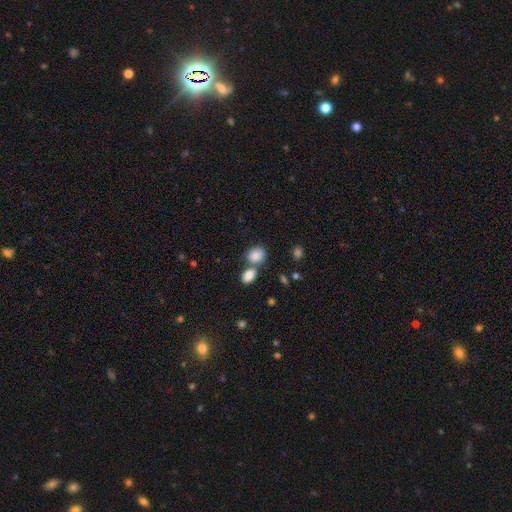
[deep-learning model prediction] Smooth or featured? Predicted: smooth (p=0.85). How rounded? Predicted: round (p=0.50). Merging? Predicted: none (p=0.47).